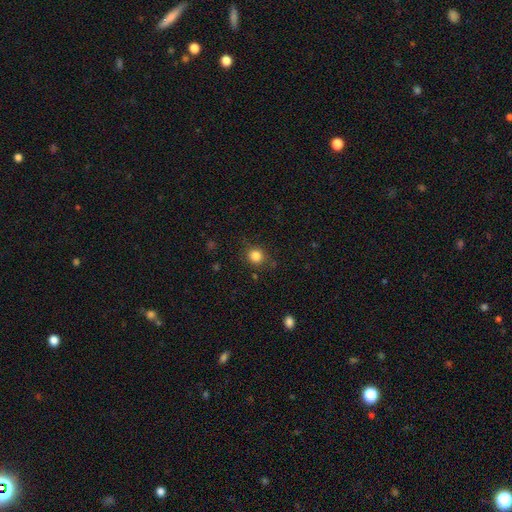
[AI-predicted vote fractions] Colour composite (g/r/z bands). It shows a smooth galaxy with no disk features (84%) that is round (85%). Merging: none (82%).